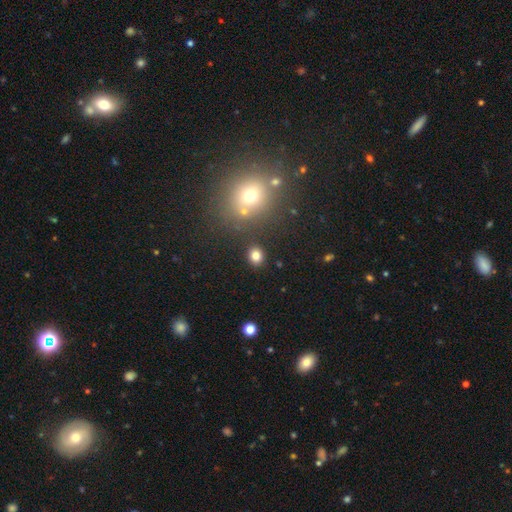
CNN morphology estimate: Smooth or featured? Predicted: smooth (p=0.80). How rounded? Predicted: round (p=0.70). Merging? Predicted: none (p=0.86).